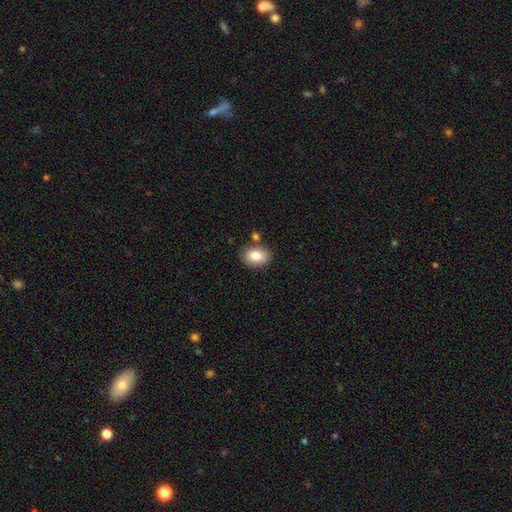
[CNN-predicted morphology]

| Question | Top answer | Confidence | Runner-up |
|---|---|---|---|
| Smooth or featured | smooth | 83% | featured or disk (9%) |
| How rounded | in between | 72% | round (27%) |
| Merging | none | 80% | minor disturbance (11%) |